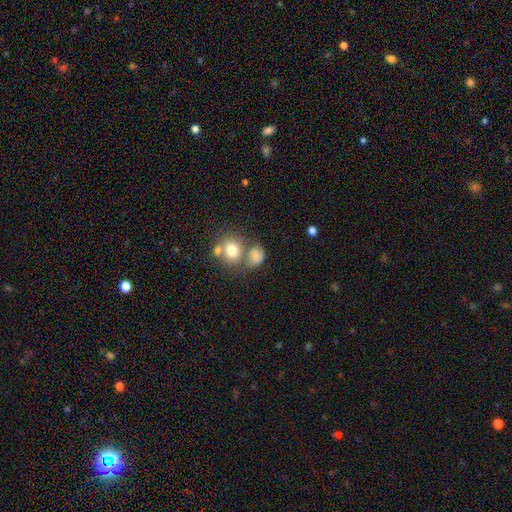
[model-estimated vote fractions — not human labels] Smooth or featured?
  - smooth: 70% *
  - featured or disk: 17%
  - star or artifact: 12%
How rounded?
  - round: 57% *
  - in between: 42%
  - cigar-shaped: 1%
Merging?
  - none: 39% *
  - merger: 33%
  - minor disturbance: 17%
  - major disturbance: 11%